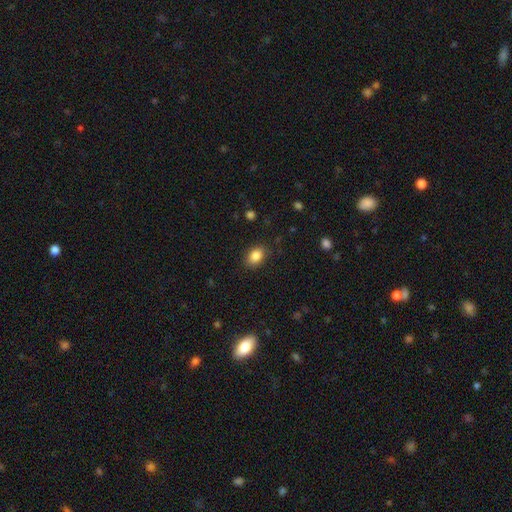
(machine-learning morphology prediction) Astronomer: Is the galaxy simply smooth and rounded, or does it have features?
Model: smooth — 86%.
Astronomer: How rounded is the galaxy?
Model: in between — 78%.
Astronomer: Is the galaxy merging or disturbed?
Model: none — 86%.